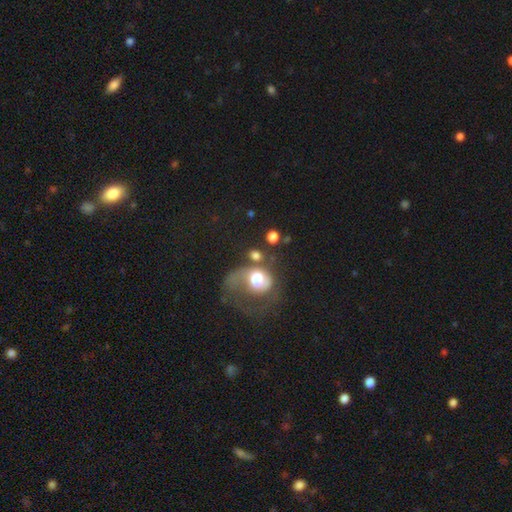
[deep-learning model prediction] Smooth or featured: featured or disk — 46% (smooth — 39%)
Merging: major disturbance — 50% (none — 22%)